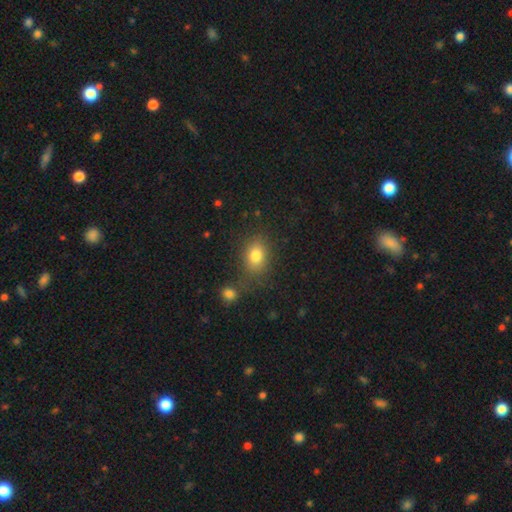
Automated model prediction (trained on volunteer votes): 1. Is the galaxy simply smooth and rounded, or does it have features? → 80% smooth, 11% star or artifact, 9% featured or disk.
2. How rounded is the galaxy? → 72% in between, 26% round, 2% cigar-shaped.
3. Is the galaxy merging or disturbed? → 71% none, 14% minor disturbance, 9% merger, 5% major disturbance.